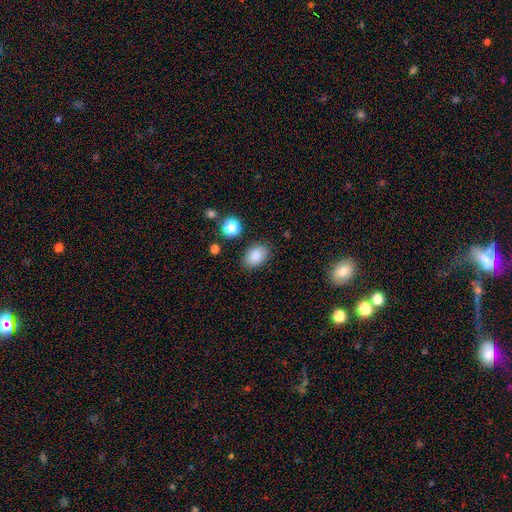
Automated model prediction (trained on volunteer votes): Q: Smooth or featured?
A: smooth (85%); runner-up: star or artifact (9%)
Q: How rounded?
A: in between (82%); runner-up: round (17%)
Q: Merging?
A: none (85%); runner-up: minor disturbance (10%)